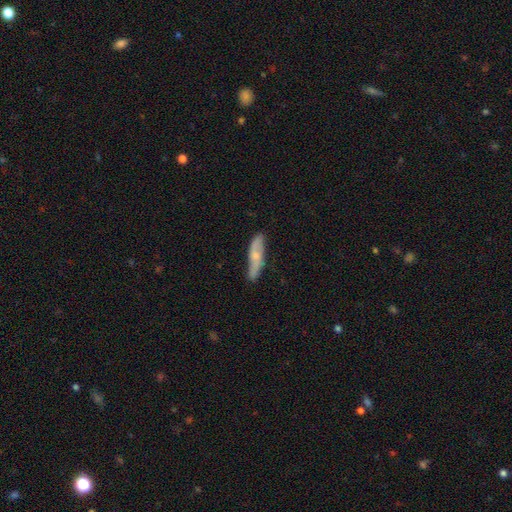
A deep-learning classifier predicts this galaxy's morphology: A featured or disk galaxy (47%, tied with smooth).

Vote fractions:
- Smooth or featured? featured or disk: 47% (tied) / smooth: 47% (tied) / star or artifact: 6%
- Merging? none: 78% / minor disturbance: 17% / major disturbance: 3% / merger: 2%